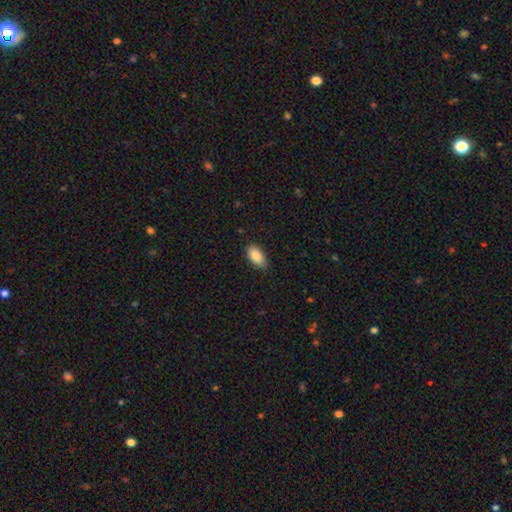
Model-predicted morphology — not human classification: Smooth or featured: smooth — 88% (star or artifact — 7%)
How rounded: in between — 93% (cigar-shaped — 3%)
Merging: none — 84% (minor disturbance — 13%)